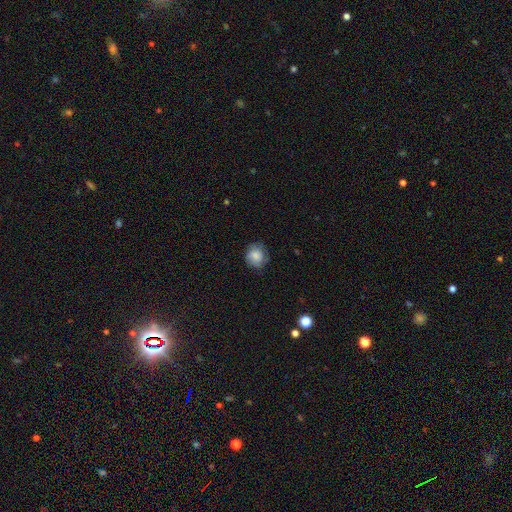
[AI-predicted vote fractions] Morphology: type=smooth (73%); roundness=round (80%); merging=none (70%).